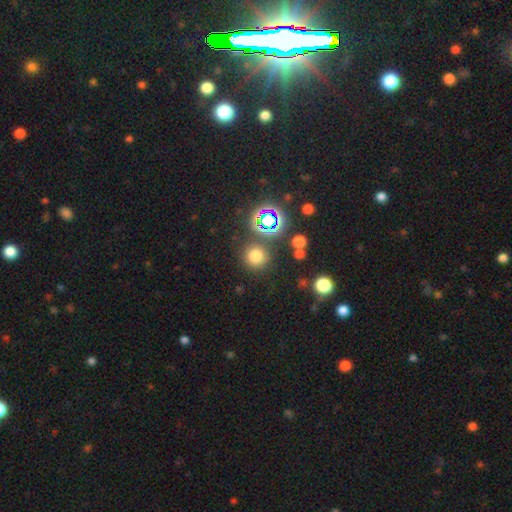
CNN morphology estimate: Smooth or featured: smooth — 70% (star or artifact — 23%)
How rounded: round — 93% (in between — 6%)
Merging: none — 83% (minor disturbance — 8%)